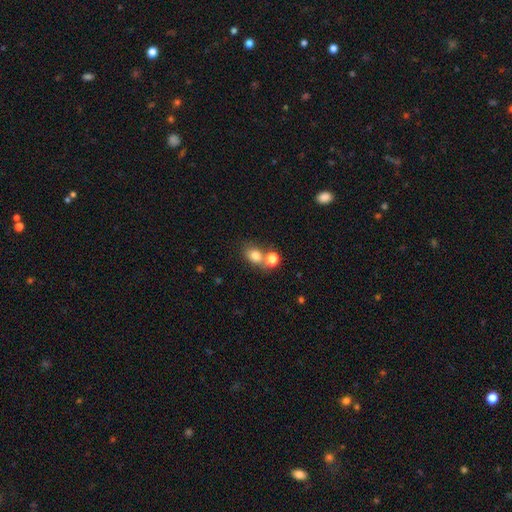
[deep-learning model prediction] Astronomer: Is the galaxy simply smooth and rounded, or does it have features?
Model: smooth — 78%.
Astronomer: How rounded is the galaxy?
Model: in between — 55% (runner-up: round, 43%).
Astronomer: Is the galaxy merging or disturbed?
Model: none — 53% (runner-up: merger, 31%).